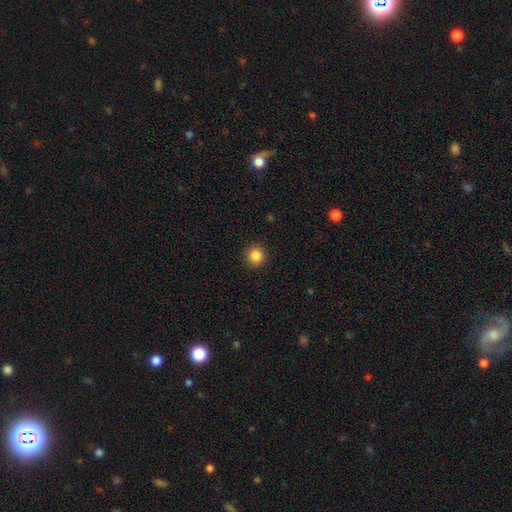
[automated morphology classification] Smooth or featured?
  - smooth: 86% *
  - star or artifact: 11%
  - featured or disk: 3%
How rounded?
  - round: 94% *
  - in between: 5%
  - cigar-shaped: 1%
Merging?
  - none: 92% *
  - minor disturbance: 5%
  - major disturbance: 2%
  - merger: 1%